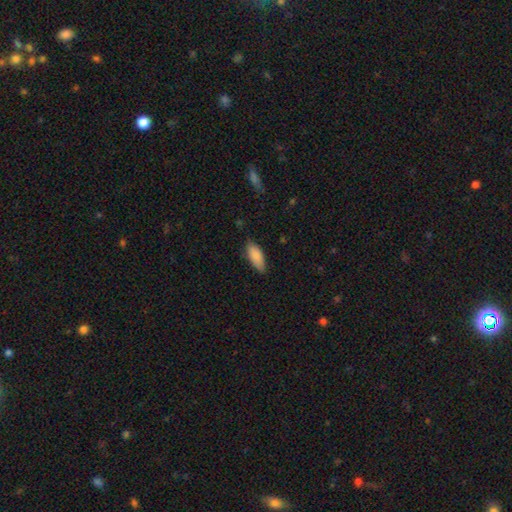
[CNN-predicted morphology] A smooth galaxy with no disk features (87%) that is in between round and cigar-shaped (81%).

Vote fractions:
- Smooth or featured? smooth: 87% / featured or disk: 7% / star or artifact: 6%
- How rounded? in between: 81% / cigar-shaped: 17% / round: 2%
- Merging? none: 77% / minor disturbance: 19% / major disturbance: 3% / merger: 1%